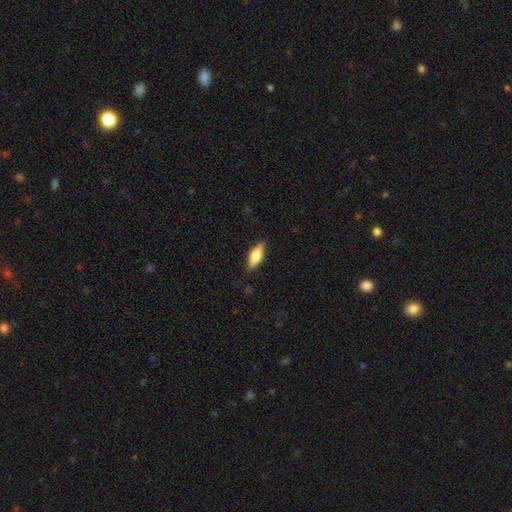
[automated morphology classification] This is likely a smooth galaxy (73%). How rounded: likely in between (68%). Merging: clearly none (87%).